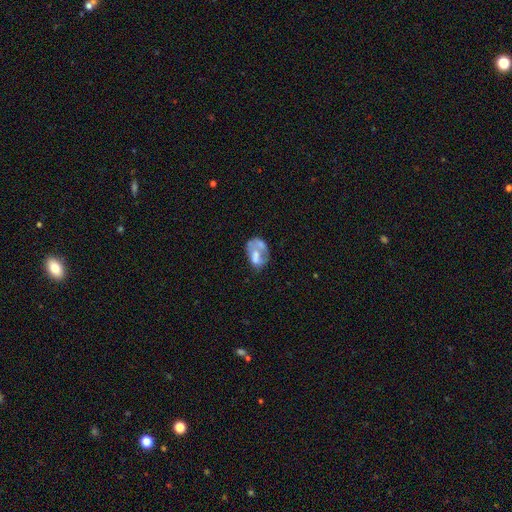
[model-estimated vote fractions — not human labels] Morphology: type=featured or disk (46%); merging=merger (38%).